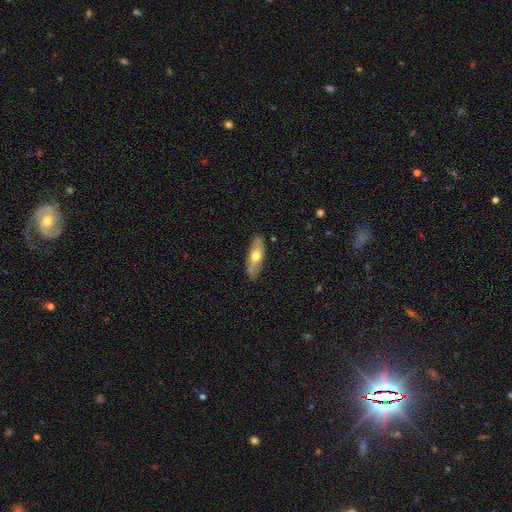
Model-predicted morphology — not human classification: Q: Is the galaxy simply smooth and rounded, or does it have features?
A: smooth — 57%.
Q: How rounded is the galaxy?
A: in between — 63%.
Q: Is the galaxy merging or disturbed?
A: none — 82%.